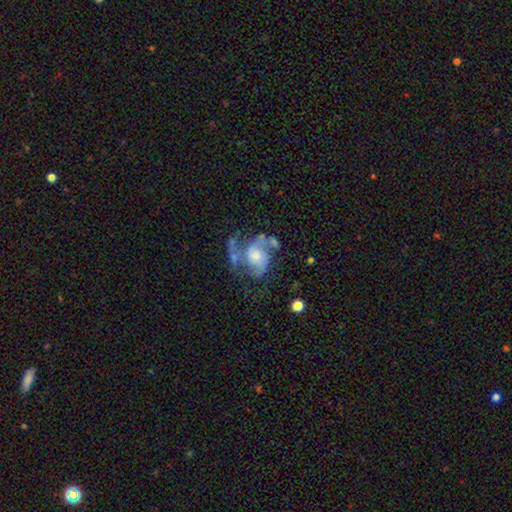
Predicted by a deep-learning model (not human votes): A featured or disk galaxy (82%) with no bar (69%), 2 (65%) medium (50%) spiral arms (92%) and a moderate central bulge (48%). Merging: none (39%).